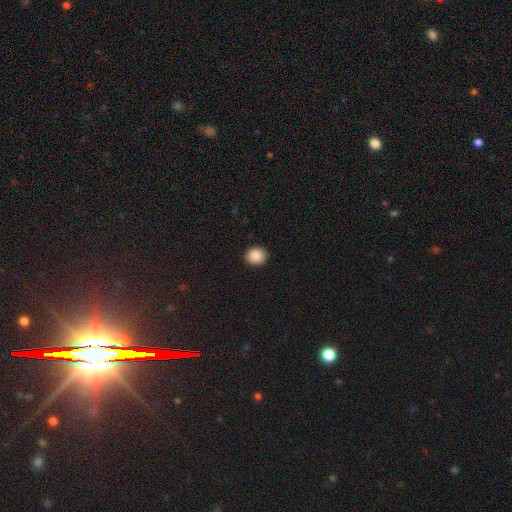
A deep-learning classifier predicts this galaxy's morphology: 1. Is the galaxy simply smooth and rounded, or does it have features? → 89% smooth, 8% star or artifact, 3% featured or disk.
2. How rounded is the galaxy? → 77% round, 22% in between, 1% cigar-shaped.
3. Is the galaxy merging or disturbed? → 90% none, 7% minor disturbance, 2% major disturbance, 1% merger.